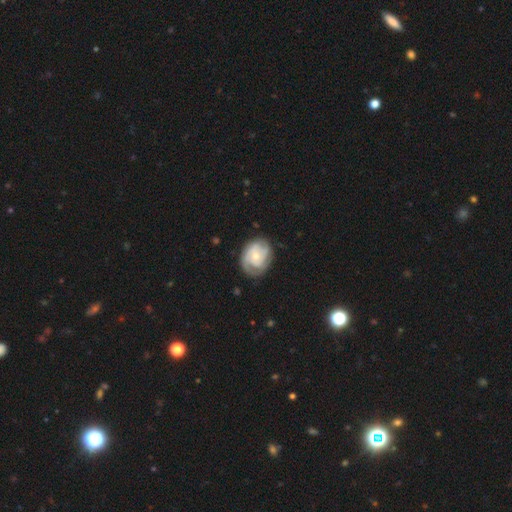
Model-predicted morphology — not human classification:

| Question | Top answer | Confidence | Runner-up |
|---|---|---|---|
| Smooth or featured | featured or disk | 77% | smooth (18%) |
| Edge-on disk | no | 98% | yes (2%) |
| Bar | no | 74% | weak (22%) |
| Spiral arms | yes | 93% | no (7%) |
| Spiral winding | tight | 58% | medium (33%) |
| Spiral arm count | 3 | 32% | can't tell (26%) |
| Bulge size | small | 56% | moderate (39%) |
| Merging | none | 73% | minor disturbance (19%) |